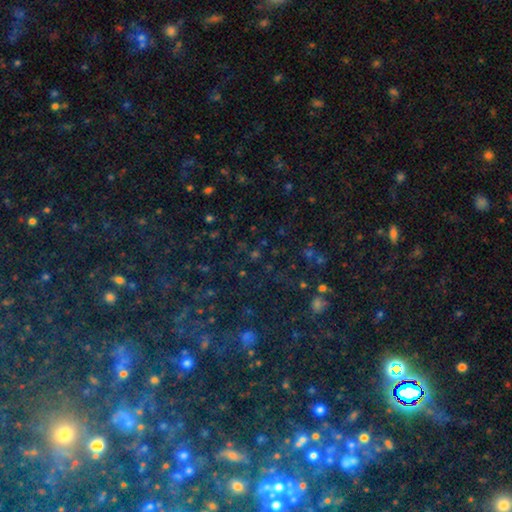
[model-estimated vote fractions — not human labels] Smooth or featured: star or artifact — 74% (smooth — 14%)